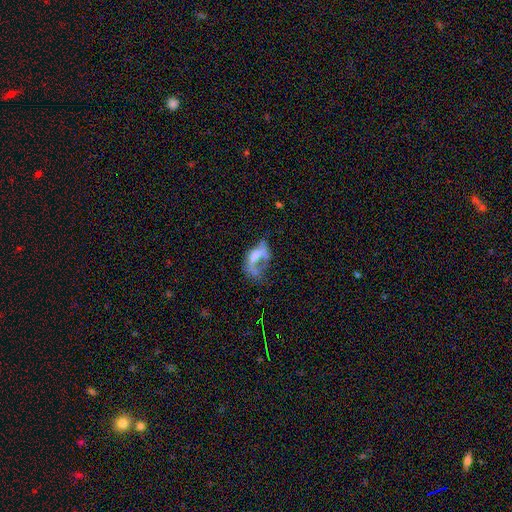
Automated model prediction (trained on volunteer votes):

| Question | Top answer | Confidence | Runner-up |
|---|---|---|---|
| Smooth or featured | featured or disk | 54% | smooth (33%) |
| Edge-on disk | no | 95% | yes (5%) |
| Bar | no | 77% | weak (17%) |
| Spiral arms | no | 79% | yes (21%) |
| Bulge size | none | 36% | moderate (32%) |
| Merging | major disturbance | 47% | none (20%) |